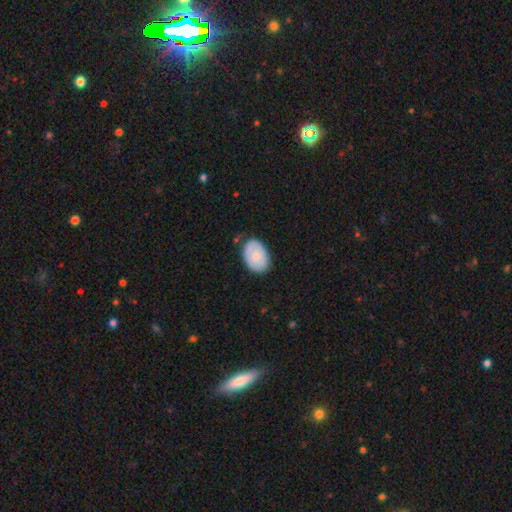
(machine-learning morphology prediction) The model was most divided on "merging": none: 74%, minor disturbance: 21%, major disturbance: 4%, merger: 2%. More confident: how rounded — in between (86%); smooth or featured — smooth (74%).